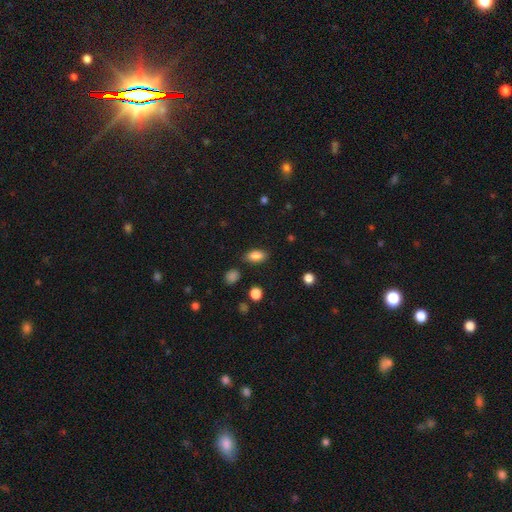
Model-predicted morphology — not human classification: This is clearly a smooth galaxy (85%). How rounded: clearly in between (89%). Merging: clearly none (83%).